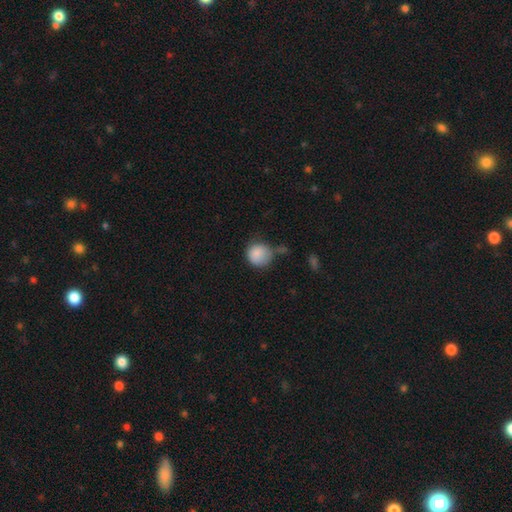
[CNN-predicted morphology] smooth 86%, star or artifact 8%, featured or disk 6%. Down the decision tree: how rounded — round (87%); merging — none (52%).